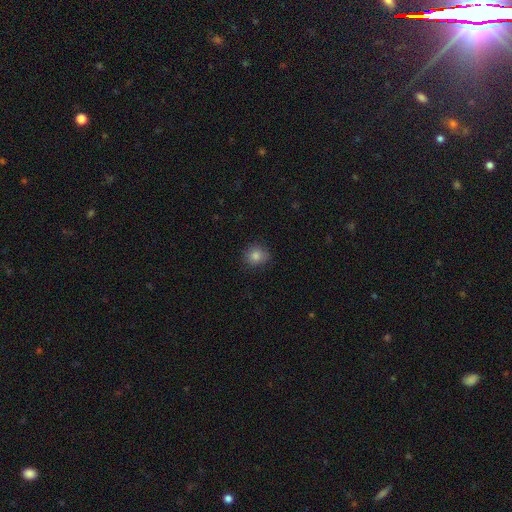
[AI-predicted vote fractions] Smooth or featured? Predicted: smooth (p=0.82). How rounded? Predicted: round (p=0.82). Merging? Predicted: none (p=0.84).